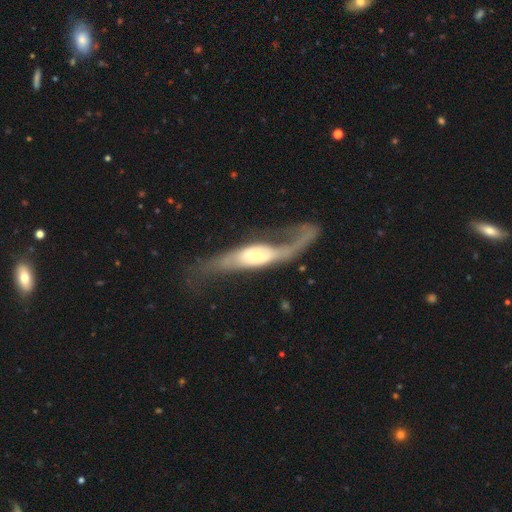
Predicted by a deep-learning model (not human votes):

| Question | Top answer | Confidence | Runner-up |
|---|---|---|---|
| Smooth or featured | featured or disk | 66% | smooth (28%) |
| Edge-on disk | no | 66% | yes (34%) |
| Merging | major disturbance | 49% | none (29%) |